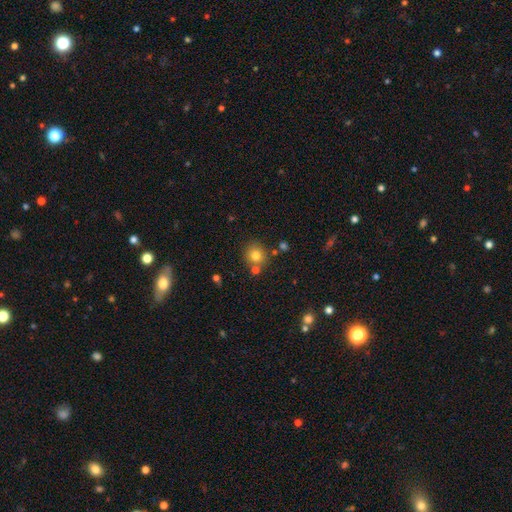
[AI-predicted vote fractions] A smooth galaxy with no disk features (78%) that is round (89%).

Vote fractions:
- Smooth or featured? smooth: 78% / star or artifact: 13% / featured or disk: 9%
- How rounded? round: 89% / in between: 10% / cigar-shaped: 1%
- Merging? none: 74% / merger: 13% / minor disturbance: 9% / major disturbance: 3%